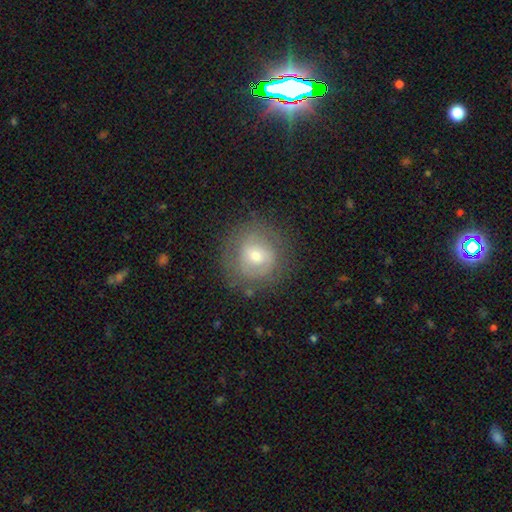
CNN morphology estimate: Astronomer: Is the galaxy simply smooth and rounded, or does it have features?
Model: smooth — 50% (runner-up: featured or disk, 41%).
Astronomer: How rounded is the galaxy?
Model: round — 89%.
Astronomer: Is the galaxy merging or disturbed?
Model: none — 76%.